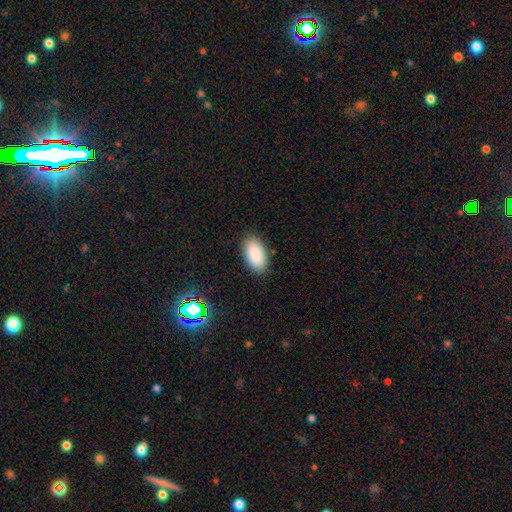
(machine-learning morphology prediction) smooth_or_featured: smooth (p=0.89) [alt: star or artifact p=0.07]
how_rounded: in between (p=0.95) [alt: round p=0.03]
merging: none (p=0.87) [alt: minor disturbance p=0.09]